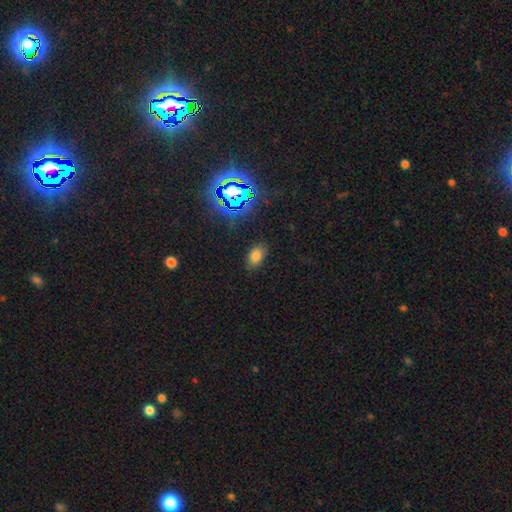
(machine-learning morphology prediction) Smooth or featured: smooth — 72% (star or artifact — 21%)
How rounded: in between — 87% (round — 12%)
Merging: none — 84% (minor disturbance — 11%)